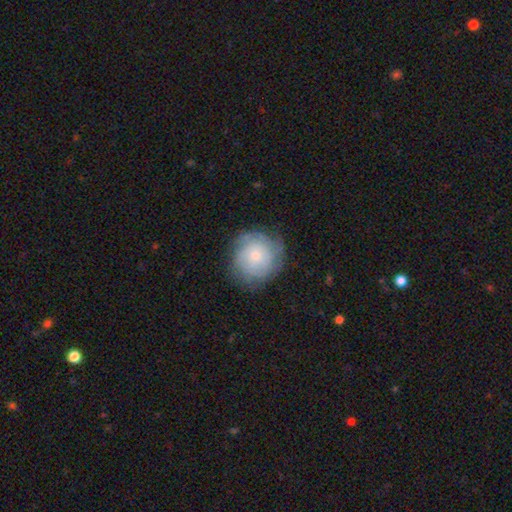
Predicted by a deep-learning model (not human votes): Overall: featured or disk (51%; smooth 42%). Edge-on disk: no (97%). Merging: none (72%).